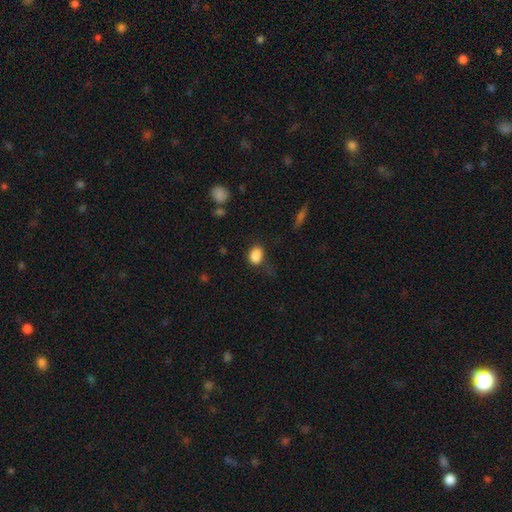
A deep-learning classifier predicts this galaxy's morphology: A smooth galaxy with no disk features (86%) that is in between round and cigar-shaped (68%). Merging: none (59%).